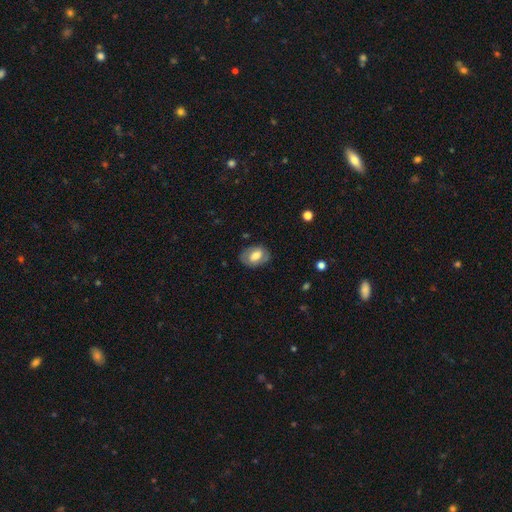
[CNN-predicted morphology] Smooth or featured: smooth — 58% (featured or disk — 35%)
How rounded: in between — 82% (round — 17%)
Merging: none — 79% (minor disturbance — 15%)